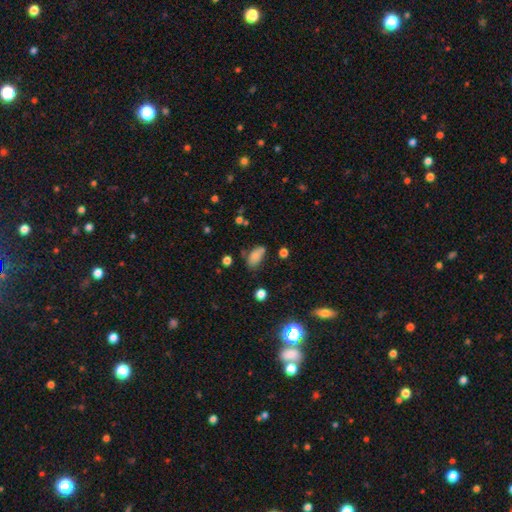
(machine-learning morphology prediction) A smooth galaxy with no disk features (81%) that is in between round and cigar-shaped (89%). Merging: none (61%).